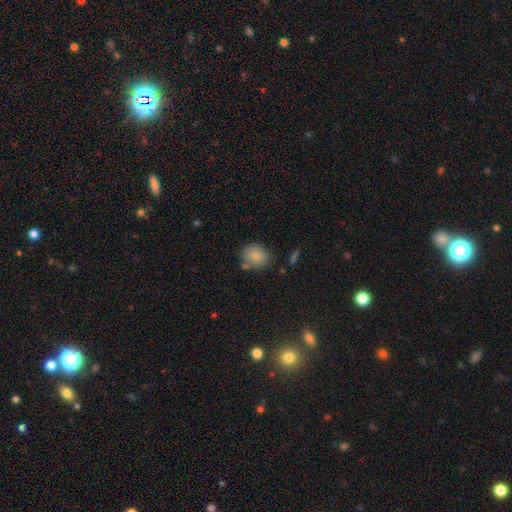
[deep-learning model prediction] Q: Smooth or featured?
A: smooth (84%); runner-up: star or artifact (8%)
Q: How rounded?
A: round (70%); runner-up: in between (29%)
Q: Merging?
A: none (68%); runner-up: minor disturbance (17%)